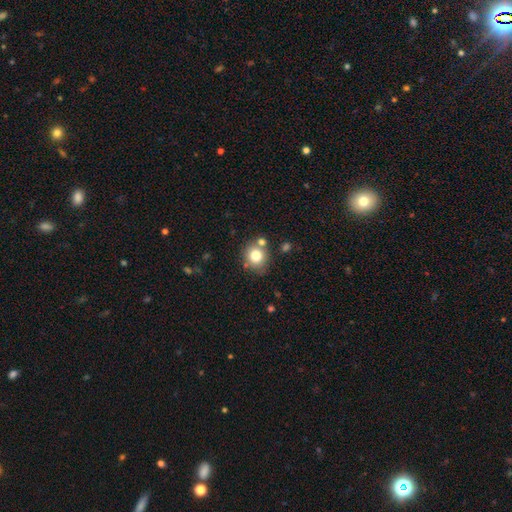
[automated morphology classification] smooth-or-featured: smooth: 78% | star or artifact: 11% | featured or disk: 11%
  how-rounded: round: 81% | in between: 18% | cigar-shaped: 1%
  merging: none: 72% | merger: 13% | minor disturbance: 11% | major disturbance: 4%